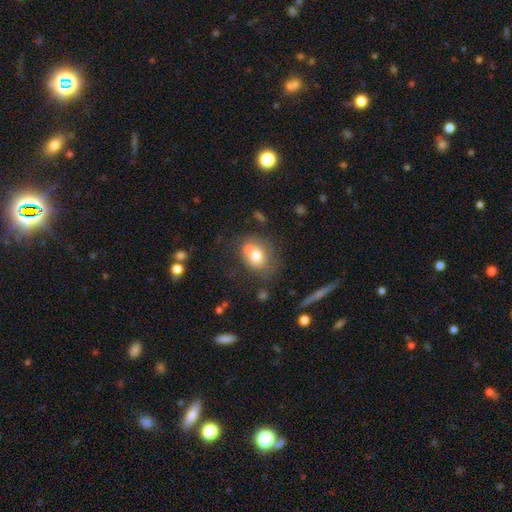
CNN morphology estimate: Smooth or featured? Predicted: smooth (p=0.68). How rounded? Predicted: round (p=0.61). Merging? Predicted: merger (p=0.41).